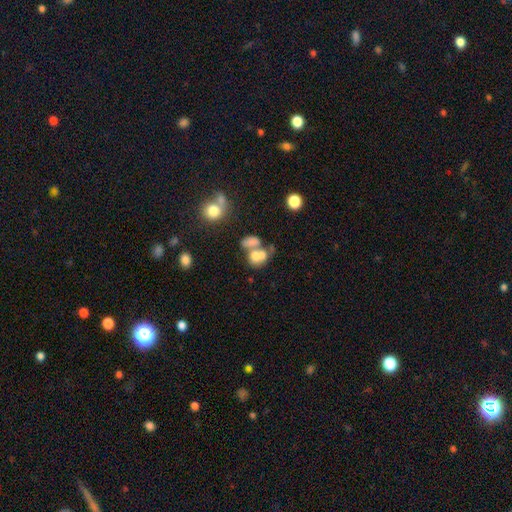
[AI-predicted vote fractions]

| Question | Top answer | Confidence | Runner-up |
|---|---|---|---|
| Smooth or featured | smooth | 66% | featured or disk (22%) |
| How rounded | in between | 53% | round (45%) |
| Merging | merger | 60% | none (22%) |